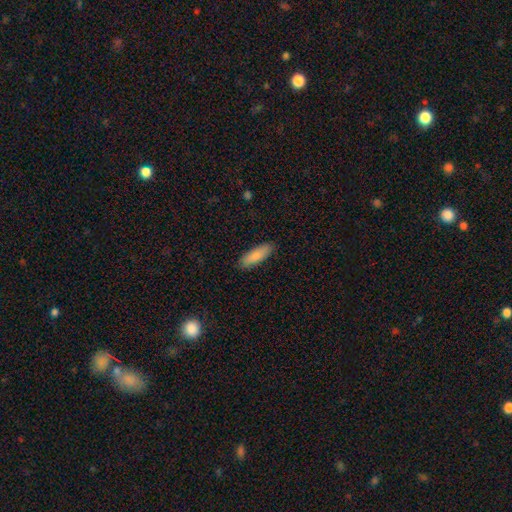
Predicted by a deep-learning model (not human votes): A smooth galaxy with no disk features (86%) that is in between round and cigar-shaped (54%).

Vote fractions:
- Smooth or featured? smooth: 86% / featured or disk: 8% / star or artifact: 6%
- How rounded? in between: 54% / cigar-shaped: 45% / round: 2%
- Merging? none: 88% / minor disturbance: 9% / major disturbance: 2% / merger: 1%